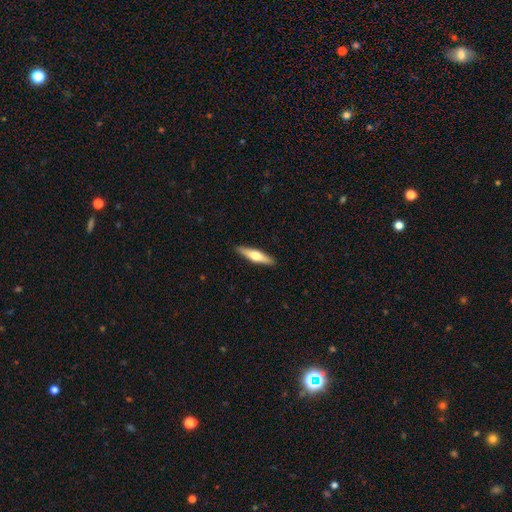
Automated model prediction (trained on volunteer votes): Overall: smooth (48%; featured or disk 47%). Merging: none (91%).